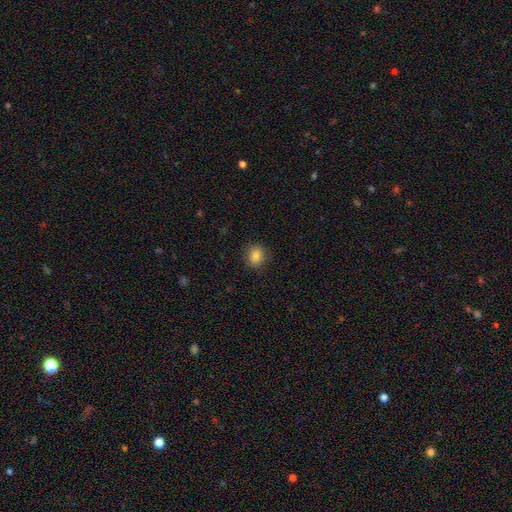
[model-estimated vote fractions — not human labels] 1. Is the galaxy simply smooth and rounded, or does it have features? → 84% smooth, 10% star or artifact, 6% featured or disk.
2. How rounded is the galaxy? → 64% round, 34% in between, 1% cigar-shaped.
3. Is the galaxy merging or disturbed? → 87% none, 9% minor disturbance, 3% major disturbance, 1% merger.